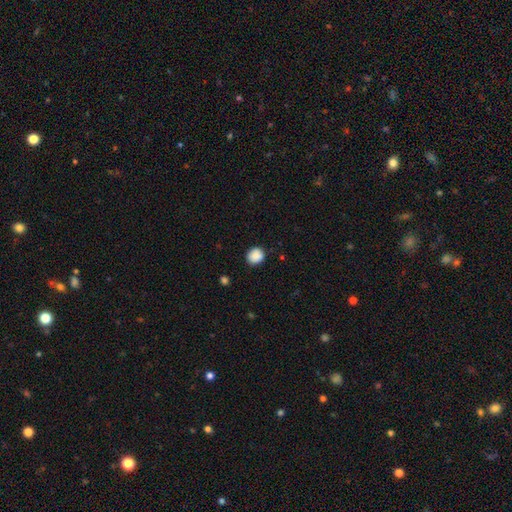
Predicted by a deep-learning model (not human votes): This appears to be a smooth galaxy with no disk features (87%) that is round (83%). Merging: none (83%).